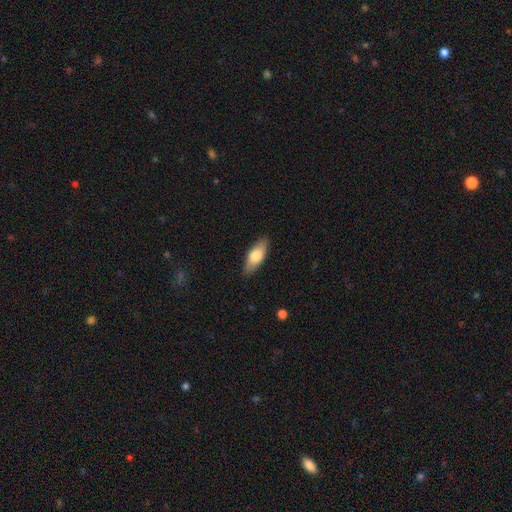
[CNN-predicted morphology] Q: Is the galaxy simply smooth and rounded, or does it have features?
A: smooth — 71%.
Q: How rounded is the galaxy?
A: in between — 73%.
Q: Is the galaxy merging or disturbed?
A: none — 87%.